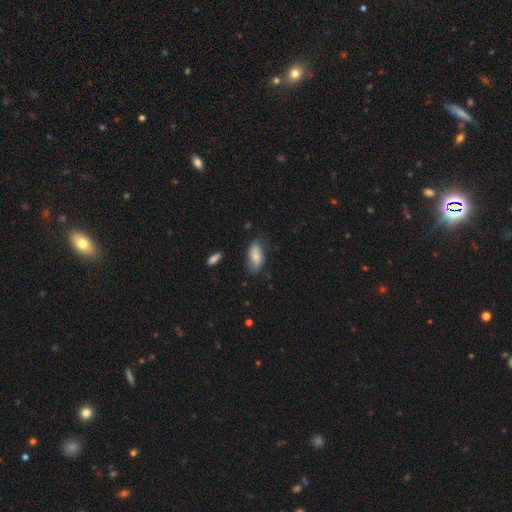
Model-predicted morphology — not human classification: Smooth or featured? smooth (77%)
How rounded? in between (89%)
Merging? none (66%)